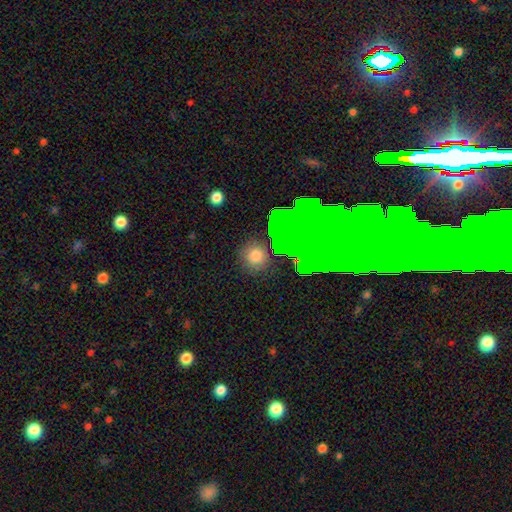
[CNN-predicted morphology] smooth 71%, star or artifact 19%, featured or disk 11%. Down the decision tree: how rounded — round (91%); merging — none (85%).